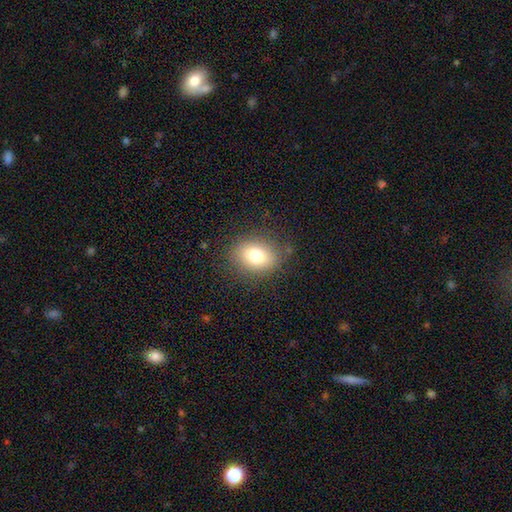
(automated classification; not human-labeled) The model was most divided on "how rounded": in between: 62%, round: 37%, cigar-shaped: 1%. More confident: merging — none (82%); smooth or featured — smooth (78%).